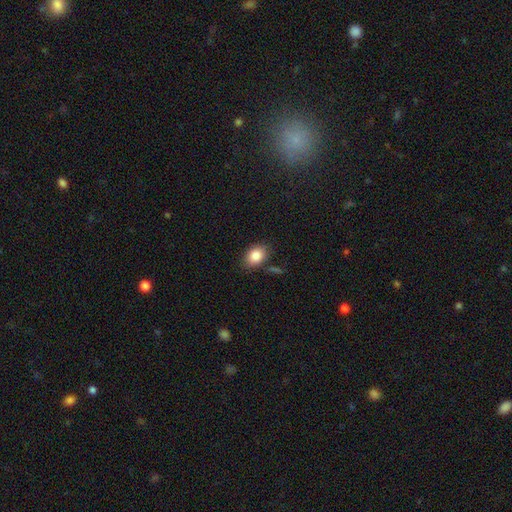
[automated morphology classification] This appears to be a smooth galaxy with no disk features (85%) that is in between round and cigar-shaped (73%). Merging: none (77%).